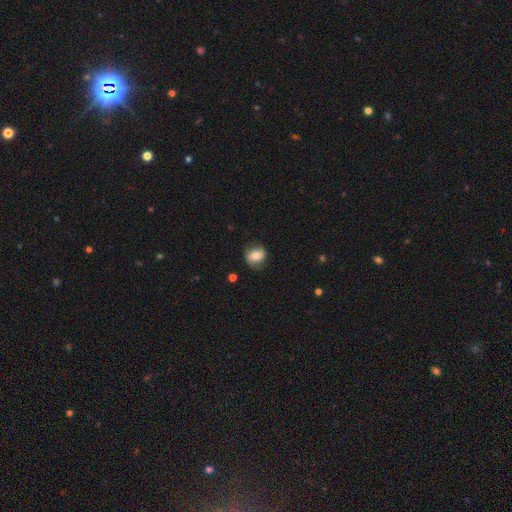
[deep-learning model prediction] A smooth galaxy with no disk features (57%) that is round (66%). Merging: none (73%).